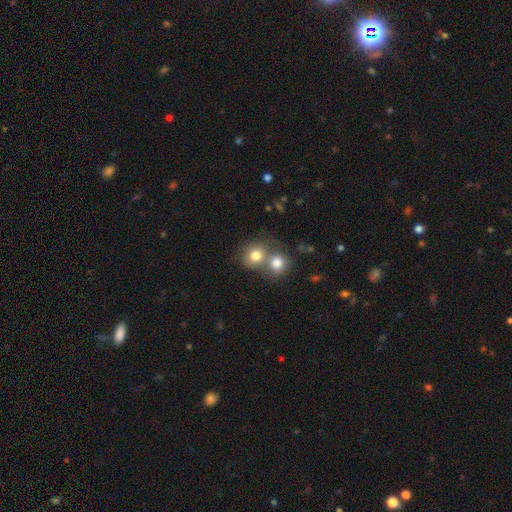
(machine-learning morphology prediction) This appears to be a smooth galaxy with no disk features (79%) that is round (79%). Merging: merger (52%).